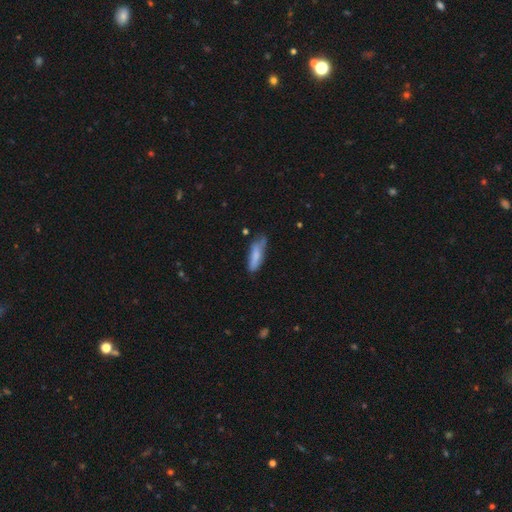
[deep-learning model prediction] Smooth or featured? smooth (75%)
How rounded? cigar-shaped (54%)
Merging? none (52%)